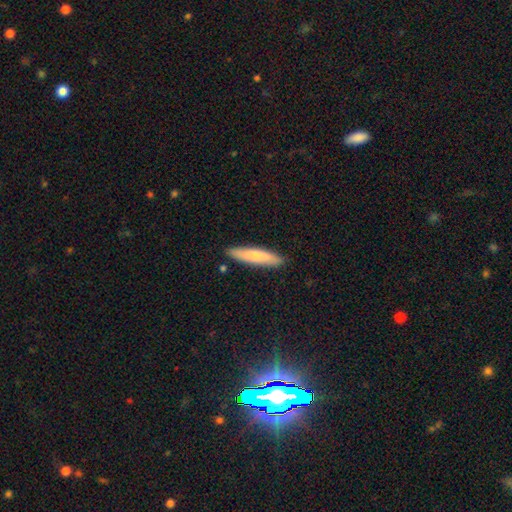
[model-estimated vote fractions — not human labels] This is likely a smooth galaxy (75%). How rounded: clearly cigar-shaped (86%). Merging: clearly none (88%).